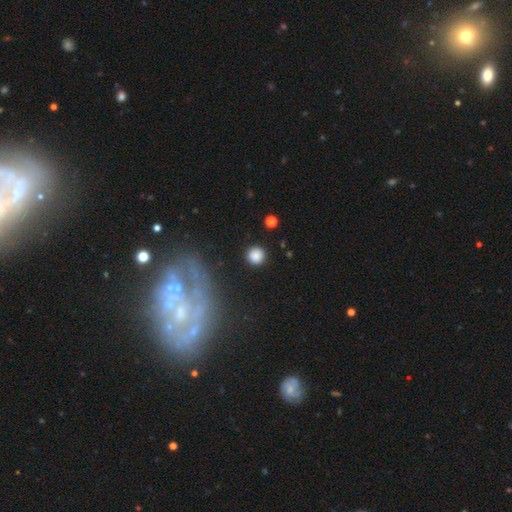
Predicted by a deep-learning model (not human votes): Smooth or featured? Predicted: smooth (p=0.85). How rounded? Predicted: round (p=0.95). Merging? Predicted: none (p=0.89).